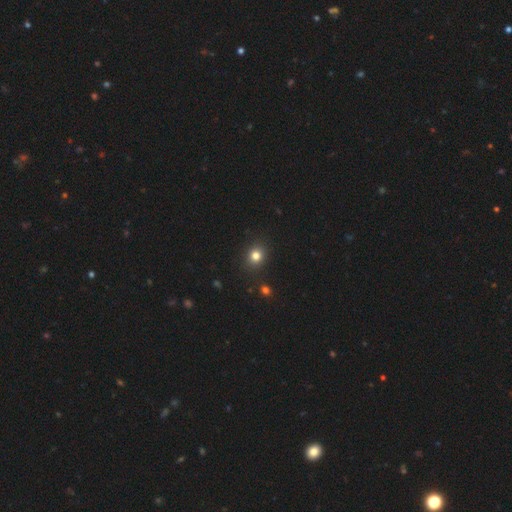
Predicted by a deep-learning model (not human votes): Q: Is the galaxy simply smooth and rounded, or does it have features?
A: smooth — 80%.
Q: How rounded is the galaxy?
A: round — 72%.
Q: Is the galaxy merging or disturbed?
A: none — 89%.